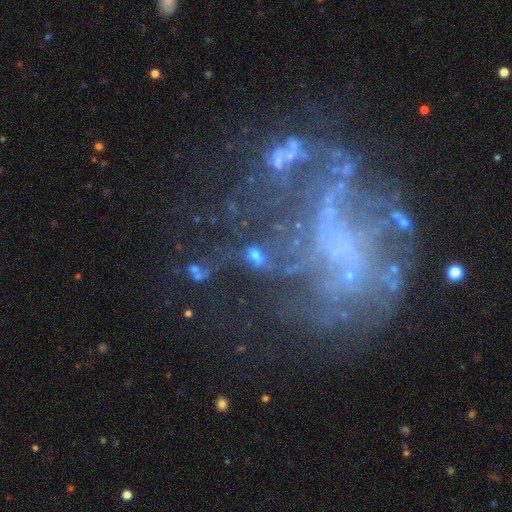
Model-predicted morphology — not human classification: A smooth galaxy with no disk features (34%, tied with featured or disk). Merging: none (42%).